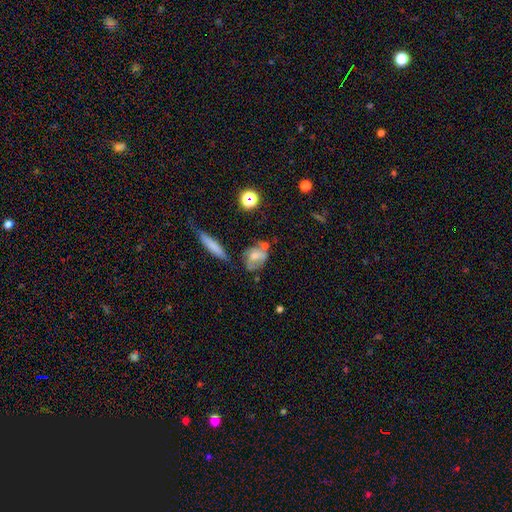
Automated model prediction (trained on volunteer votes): A smooth galaxy with no disk features (54%) that is in between round and cigar-shaped (62%). Merging: none (40%).